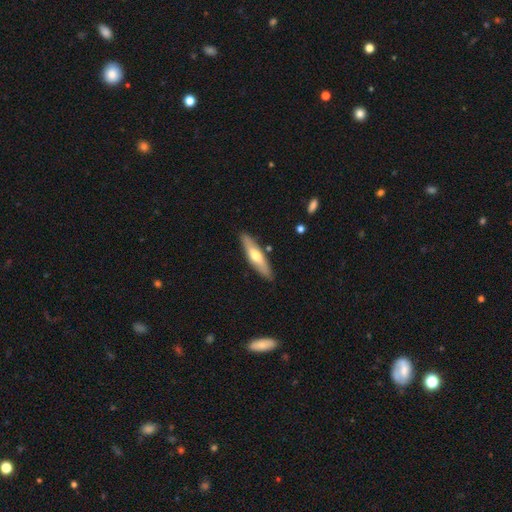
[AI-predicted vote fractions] Overall: smooth (52%; featured or disk 43%). How rounded: cigar-shaped (74%). Merging: none (86%).